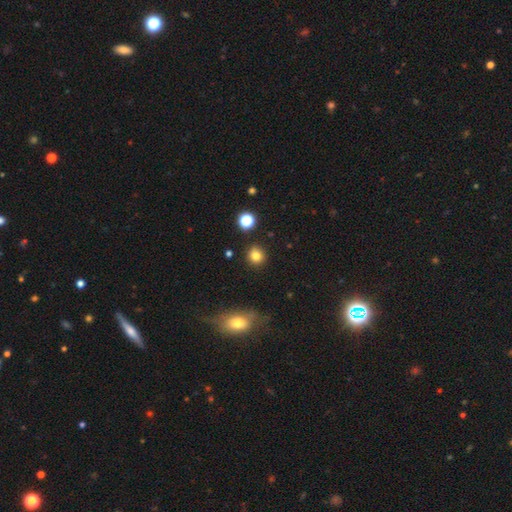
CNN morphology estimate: Smooth or featured: smooth — 80% (star or artifact — 13%)
How rounded: round — 88% (in between — 11%)
Merging: none — 89% (minor disturbance — 7%)